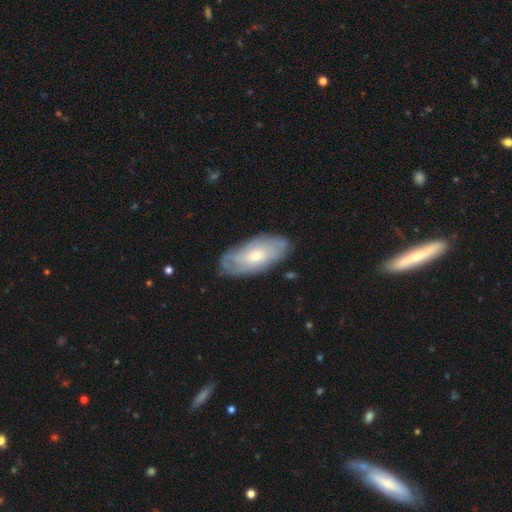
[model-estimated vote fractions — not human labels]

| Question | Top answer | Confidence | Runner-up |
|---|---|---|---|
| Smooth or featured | featured or disk | 52% | smooth (42%) |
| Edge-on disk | no | 86% | yes (14%) |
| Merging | none | 78% | minor disturbance (17%) |